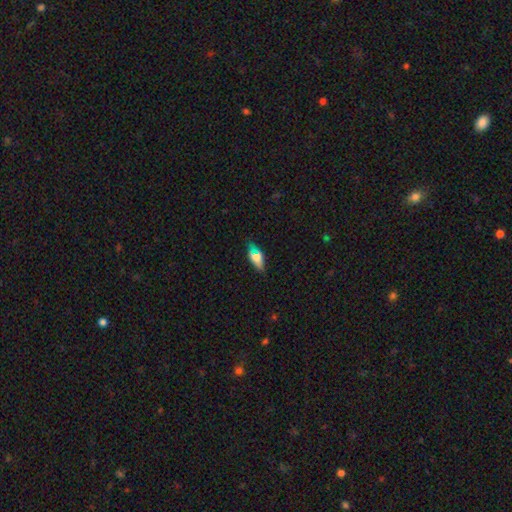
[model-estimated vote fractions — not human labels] A smooth galaxy with no disk features (64%) that is in between round and cigar-shaped (77%).

Vote fractions:
- Smooth or featured? smooth: 64% / featured or disk: 26% / star or artifact: 10%
- How rounded? in between: 77% / cigar-shaped: 19% / round: 4%
- Merging? none: 76% / minor disturbance: 18% / major disturbance: 4% / merger: 2%